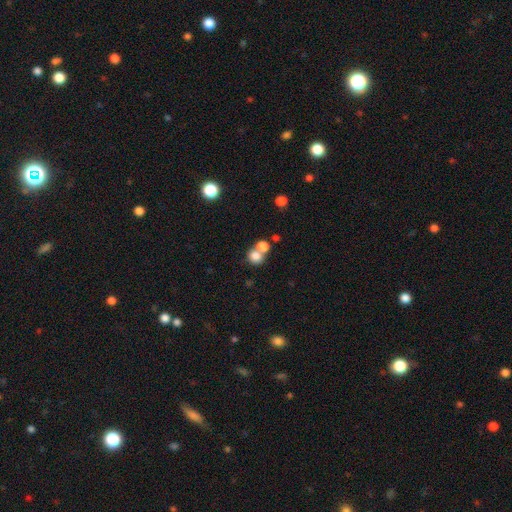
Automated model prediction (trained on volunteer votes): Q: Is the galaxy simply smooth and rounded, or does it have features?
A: smooth — 79%.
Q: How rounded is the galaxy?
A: round — 82%.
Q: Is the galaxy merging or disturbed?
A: merger — 48%.